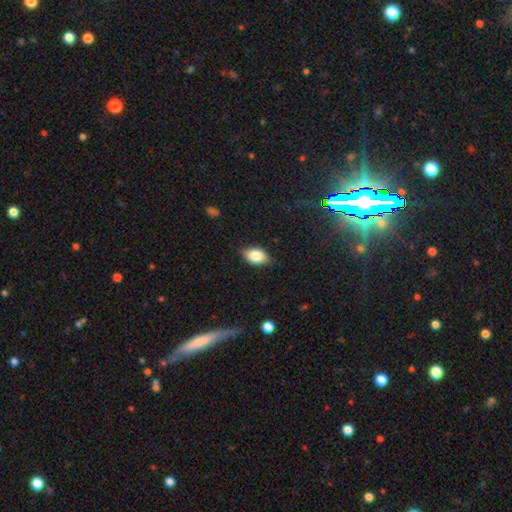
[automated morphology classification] This appears to be a smooth galaxy with no disk features (83%) that is in between round and cigar-shaped (89%). Merging: none (81%).